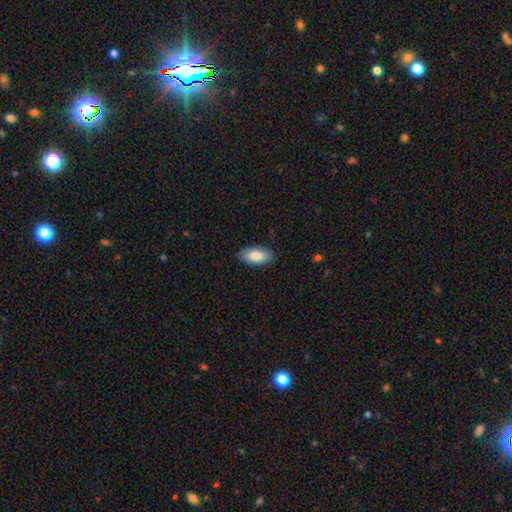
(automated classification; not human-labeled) smooth 86%, featured or disk 8%, star or artifact 6%. Down the decision tree: how rounded — in between (93%); merging — none (85%).